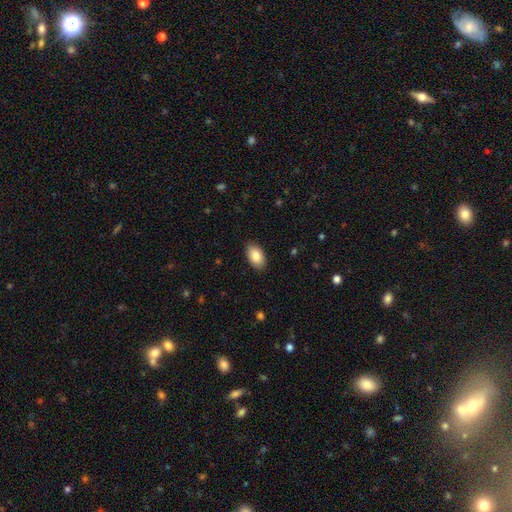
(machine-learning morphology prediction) This is clearly a smooth galaxy (86%). How rounded: clearly in between (93%). Merging: clearly none (88%).